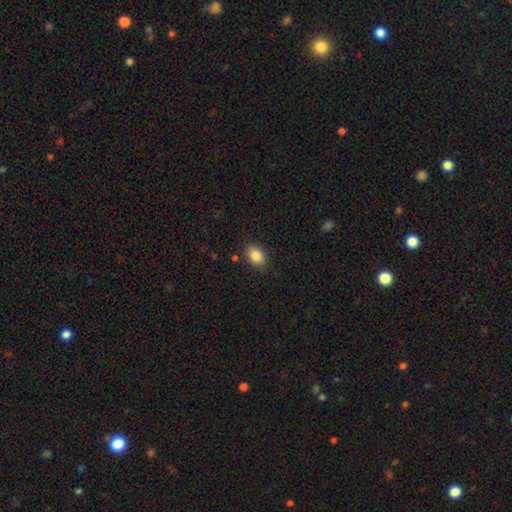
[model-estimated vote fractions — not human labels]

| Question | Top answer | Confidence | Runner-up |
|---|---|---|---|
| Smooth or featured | smooth | 86% | star or artifact (8%) |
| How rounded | in between | 82% | round (16%) |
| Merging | none | 86% | minor disturbance (10%) |